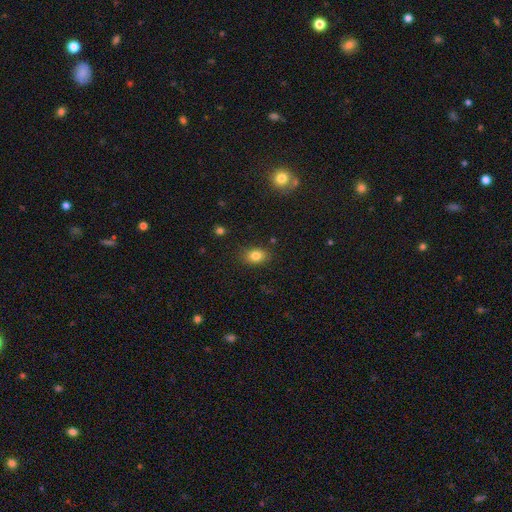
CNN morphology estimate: Smooth or featured? Predicted: smooth (p=0.82). How rounded? Predicted: in between (p=0.73). Merging? Predicted: none (p=0.84).